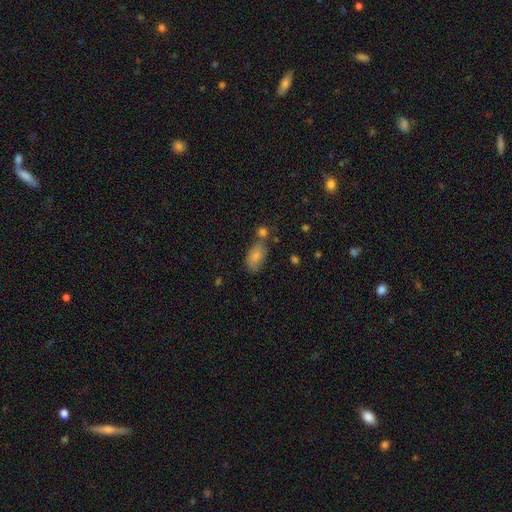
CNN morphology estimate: type=smooth (80%); roundness=in between (91%); merging=none (57%).